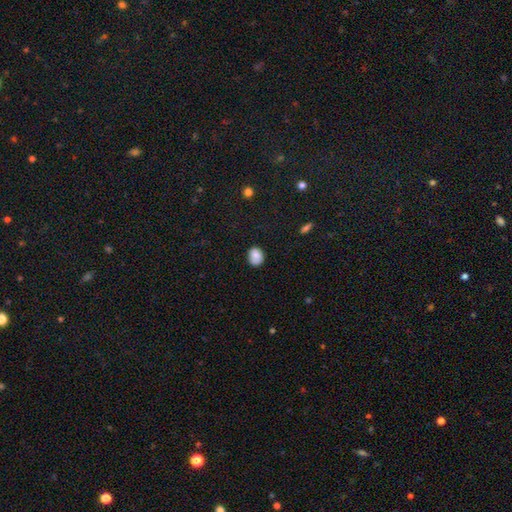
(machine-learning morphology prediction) smooth-or-featured: smooth: 84% | star or artifact: 9% | featured or disk: 7%
  how-rounded: in between: 52% | round: 47% | cigar-shaped: 1%
  merging: none: 72% | minor disturbance: 21% | major disturbance: 4% | merger: 2%